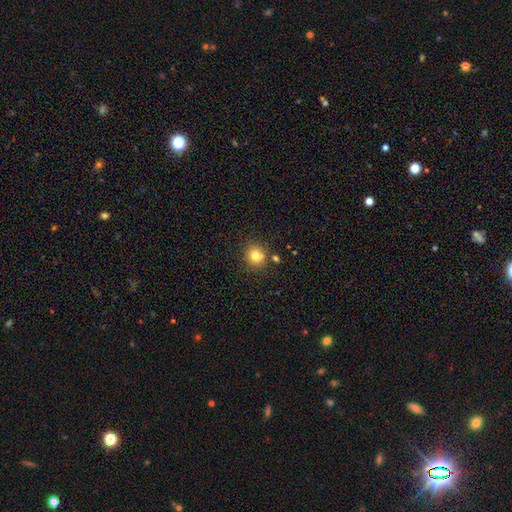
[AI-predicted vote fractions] Smooth or featured: smooth — 74% (star or artifact — 14%)
How rounded: round — 84% (in between — 15%)
Merging: none — 67% (merger — 20%)